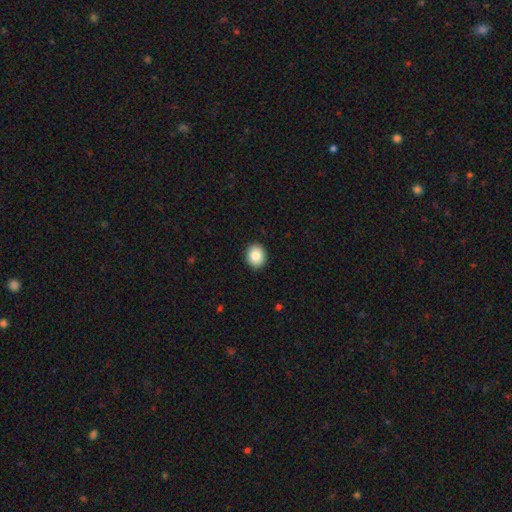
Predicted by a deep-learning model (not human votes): This is clearly a smooth galaxy (86%). How rounded: likely round (61%). Merging: clearly none (92%).